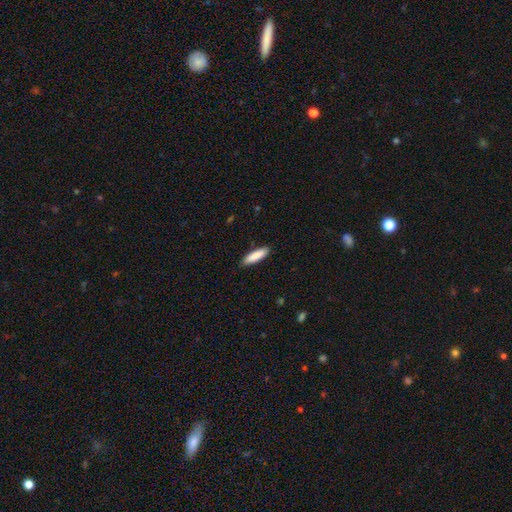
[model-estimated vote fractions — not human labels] The model was most divided on "how rounded": cigar-shaped: 64%, in between: 34%, round: 1%. More confident: merging — none (89%); smooth or featured — smooth (88%).